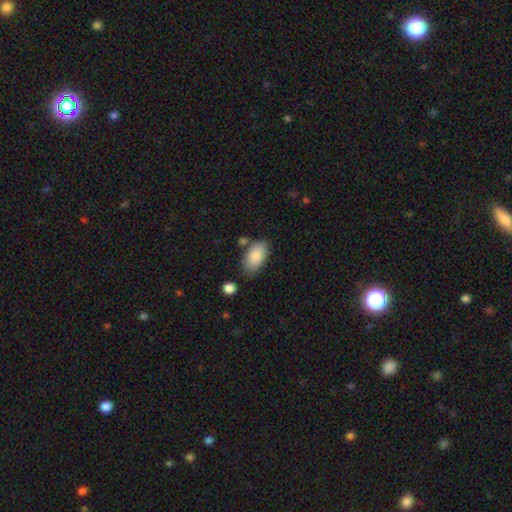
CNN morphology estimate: smooth 87%, featured or disk 7%, star or artifact 6%. Down the decision tree: how rounded — in between (95%); merging — none (72%).